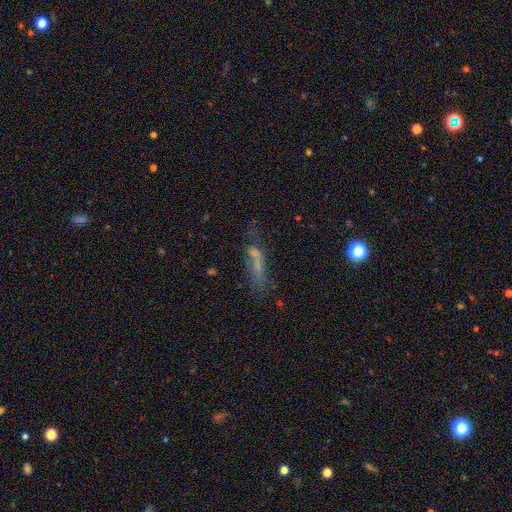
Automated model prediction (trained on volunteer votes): The model was most divided on "how rounded": cigar-shaped: 49%, in between: 44%, round: 6%. Remaining: smooth or featured — smooth (51%); merging — none (37%).